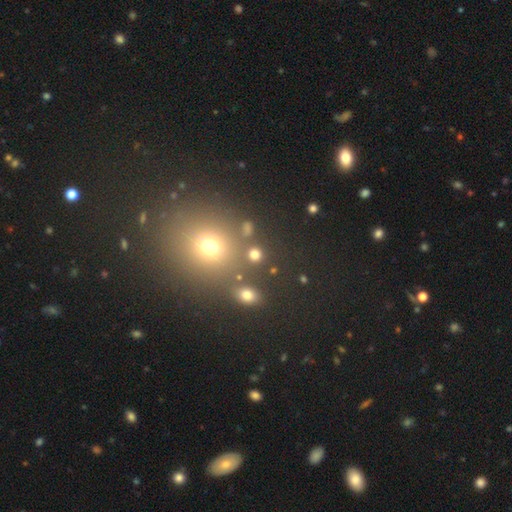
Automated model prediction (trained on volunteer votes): Overall: smooth (72%). How rounded: round (83%). Merging: none (76%).